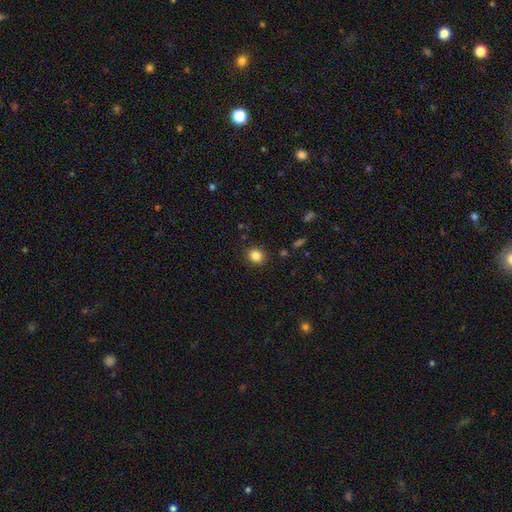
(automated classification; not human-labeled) A smooth galaxy with no disk features (84%) that is round (80%).

Vote fractions:
- Smooth or featured? smooth: 84% / star or artifact: 11% / featured or disk: 5%
- How rounded? round: 80% / in between: 20% / cigar-shaped: 1%
- Merging? none: 89% / minor disturbance: 8% / major disturbance: 2% / merger: 1%